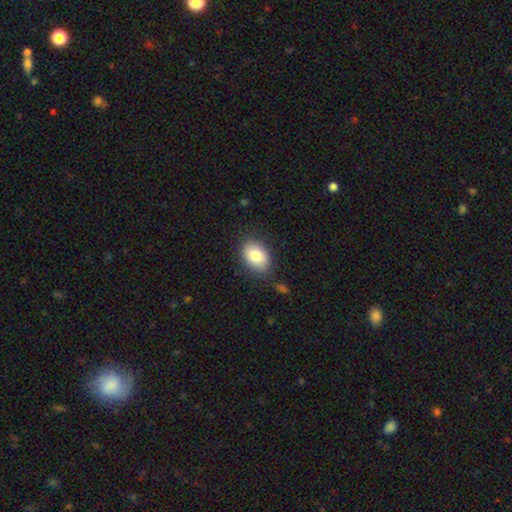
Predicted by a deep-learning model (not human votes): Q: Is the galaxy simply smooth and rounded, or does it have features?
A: smooth — 83%.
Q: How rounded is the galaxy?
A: in between — 82%.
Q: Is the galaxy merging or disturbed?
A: none — 80%.